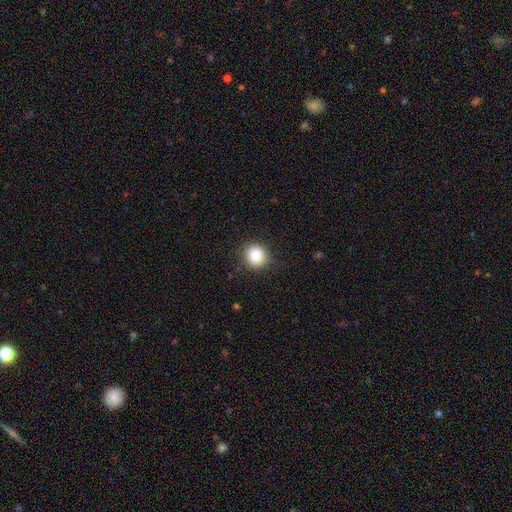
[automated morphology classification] This appears to be a smooth galaxy with no disk features (83%) that is round (90%). Merging: none (88%).